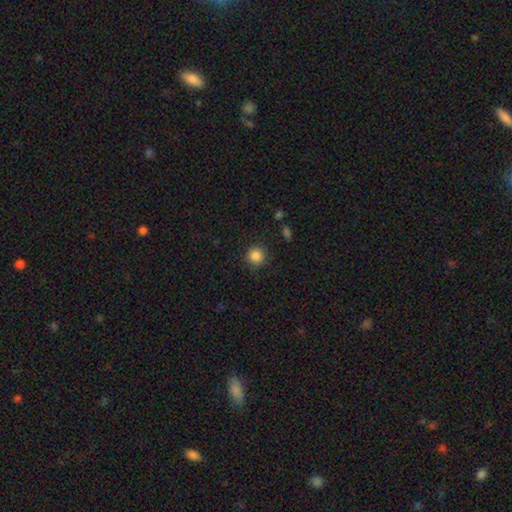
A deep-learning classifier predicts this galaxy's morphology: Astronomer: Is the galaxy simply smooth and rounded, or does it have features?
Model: smooth — 86%.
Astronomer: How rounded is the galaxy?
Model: round — 94%.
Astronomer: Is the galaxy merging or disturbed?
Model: none — 89%.